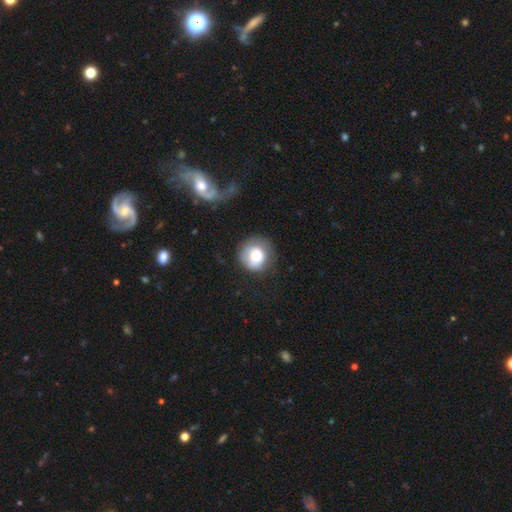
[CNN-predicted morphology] smooth_or_featured: smooth (p=0.71) [alt: featured or disk p=0.20]
how_rounded: round (p=0.90) [alt: in between p=0.09]
merging: none (p=0.66) [alt: minor disturbance p=0.20]